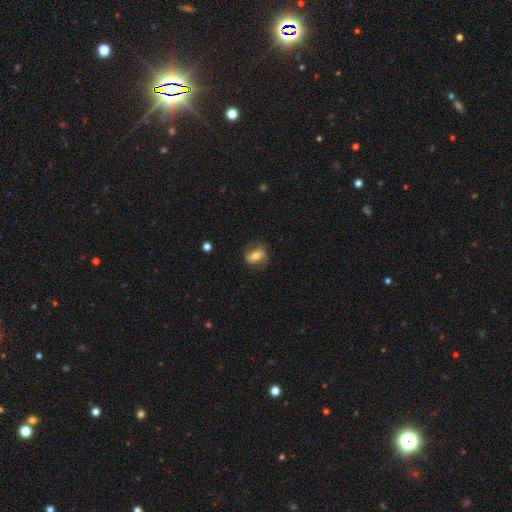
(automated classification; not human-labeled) Q: Smooth or featured?
A: featured or disk (47%); runner-up: smooth (45%)
Q: Merging?
A: none (72%); runner-up: minor disturbance (18%)